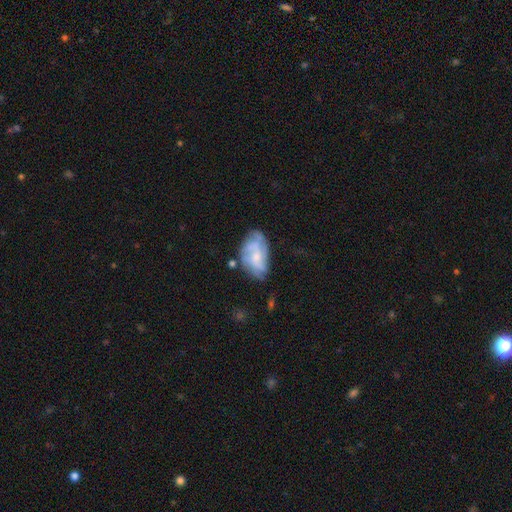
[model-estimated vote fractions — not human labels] Smooth or featured?
  - featured or disk: 64% *
  - smooth: 29%
  - star or artifact: 7%
Edge-on disk?
  - no: 96% *
  - yes: 4%
Bar?
  - no: 67% *
  - weak: 28%
  - strong: 5%
Spiral arms?
  - yes: 79% *
  - no: 21%
Bulge size?
  - small: 53% *
  - moderate: 33%
  - none: 9%
  - large: 3%
  - dominant: 1%
Merging?
  - none: 57% *
  - minor disturbance: 26%
  - major disturbance: 12%
  - merger: 4%